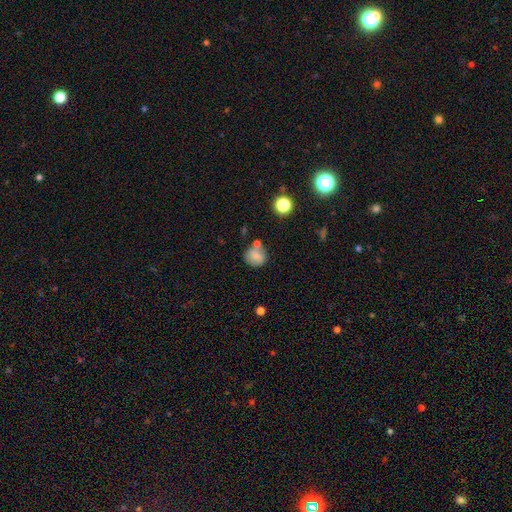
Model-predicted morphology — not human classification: Smooth or featured?
  - smooth: 78% *
  - featured or disk: 11%
  - star or artifact: 11%
How rounded?
  - round: 78% *
  - in between: 20%
  - cigar-shaped: 1%
Merging?
  - none: 62% *
  - merger: 17%
  - minor disturbance: 16%
  - major disturbance: 5%